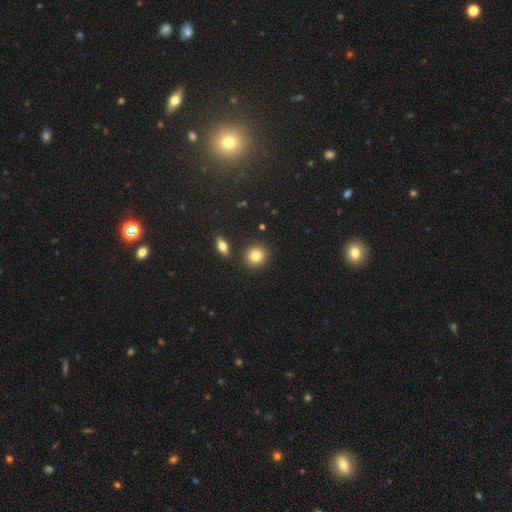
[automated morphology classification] Smooth or featured: smooth — 83% (star or artifact — 10%)
How rounded: round — 85% (in between — 14%)
Merging: none — 86% (minor disturbance — 7%)